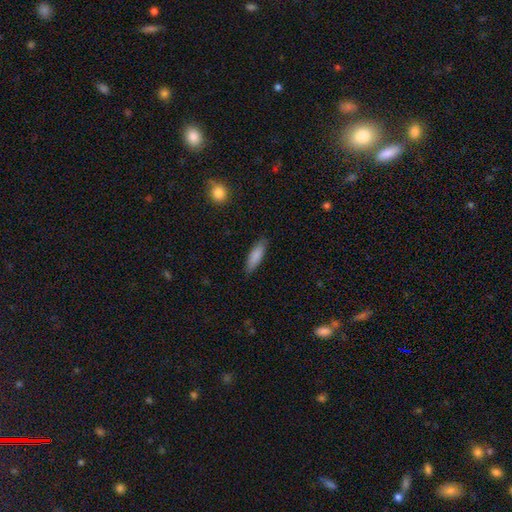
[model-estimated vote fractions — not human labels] Smooth or featured: smooth — 85% (featured or disk — 9%)
How rounded: cigar-shaped — 55% (in between — 43%)
Merging: none — 85% (minor disturbance — 12%)